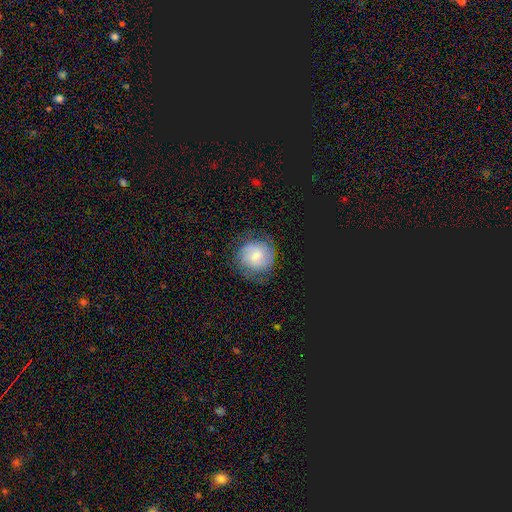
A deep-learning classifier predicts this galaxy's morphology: Smooth or featured? smooth (50%)
Merging? none (70%)